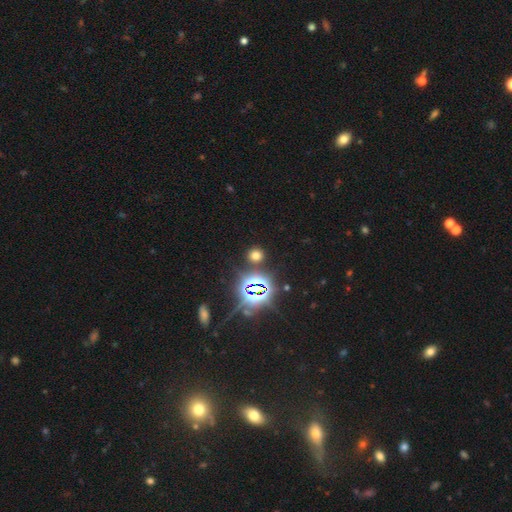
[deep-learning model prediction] Morphology: type=smooth (58%); roundness=round (85%); merging=none (86%).